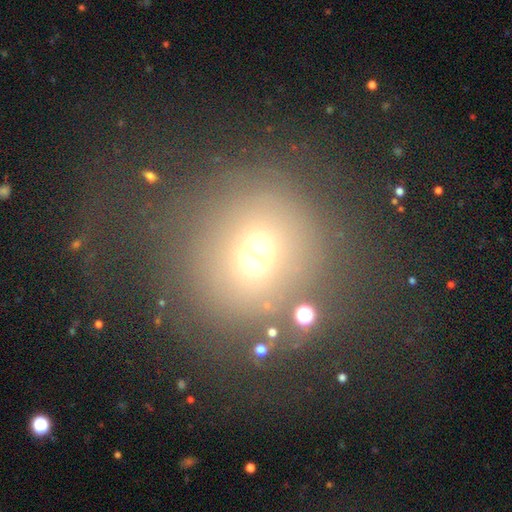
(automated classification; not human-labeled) A smooth galaxy with no disk features (61%) that is round (84%). Merging: none (66%).